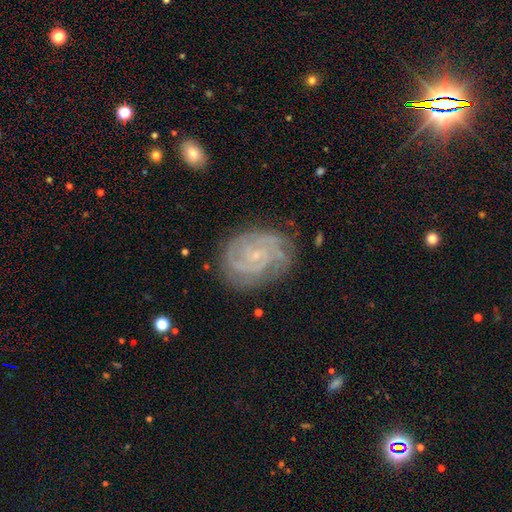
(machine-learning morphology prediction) This appears to be a featured or disk galaxy (86%) with no bar (61%), 2 (32%) tight (72%) spiral arms (98%) and a small central bulge (82%). Merging: none (79%).